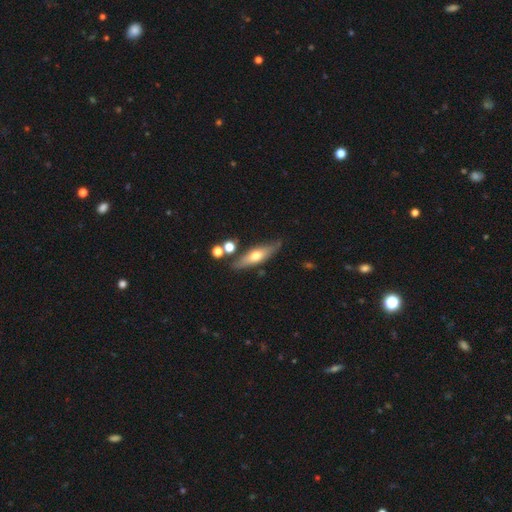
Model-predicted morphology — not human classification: A smooth galaxy with no disk features (48%).

Vote fractions:
- Smooth or featured? smooth: 48% / featured or disk: 45% / star or artifact: 7%
- Merging? none: 77% / minor disturbance: 13% / merger: 7% / major disturbance: 3%